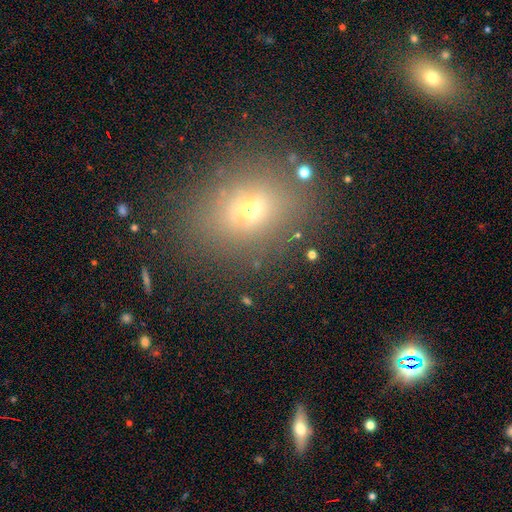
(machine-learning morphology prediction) Smooth or featured: smooth — 60% (star or artifact — 24%)
How rounded: in between — 56% (round — 41%)
Merging: none — 81% (minor disturbance — 11%)